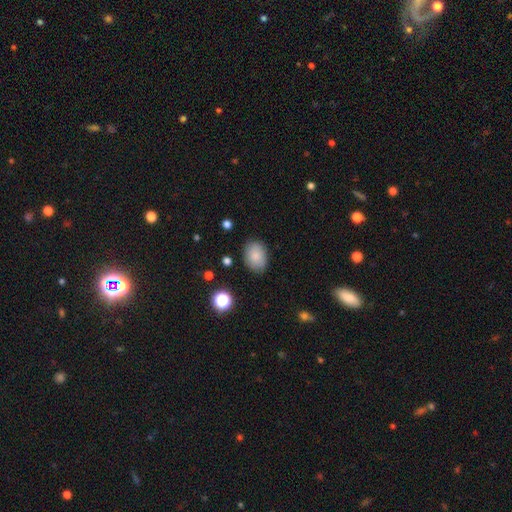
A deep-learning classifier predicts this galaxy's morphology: Q: Smooth or featured?
A: smooth (84%); runner-up: star or artifact (8%)
Q: How rounded?
A: in between (76%); runner-up: round (23%)
Q: Merging?
A: none (83%); runner-up: minor disturbance (13%)